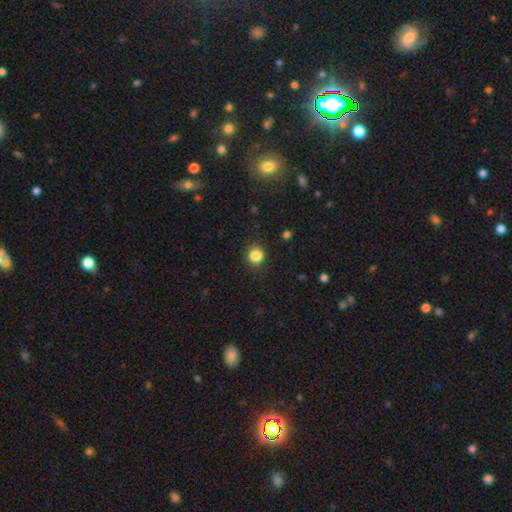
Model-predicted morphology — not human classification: smooth-or-featured: smooth: 85% | star or artifact: 11% | featured or disk: 4%
  how-rounded: round: 85% | in between: 14% | cigar-shaped: 1%
  merging: none: 86% | minor disturbance: 10% | major disturbance: 3% | merger: 1%